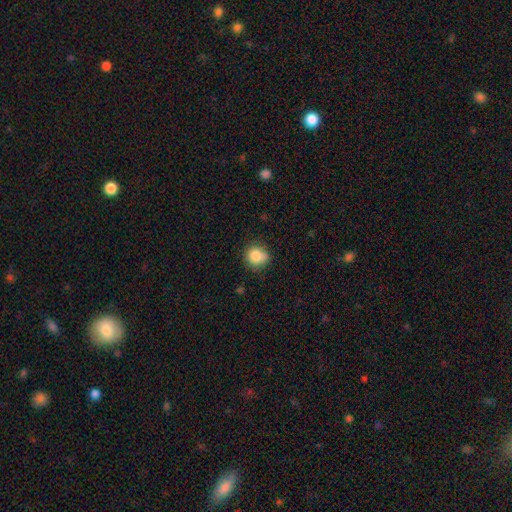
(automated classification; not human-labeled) Q: Smooth or featured?
A: smooth (85%); runner-up: star or artifact (9%)
Q: How rounded?
A: round (82%); runner-up: in between (17%)
Q: Merging?
A: none (75%); runner-up: minor disturbance (20%)